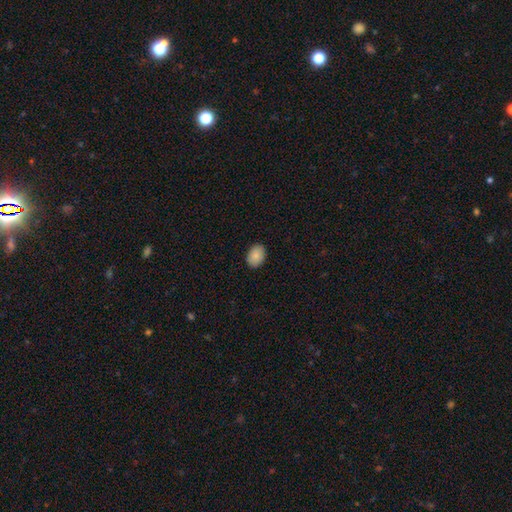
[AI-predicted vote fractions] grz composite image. It shows a smooth galaxy with no disk features (88%) that is in between round and cigar-shaped (77%). Merging: none (89%).